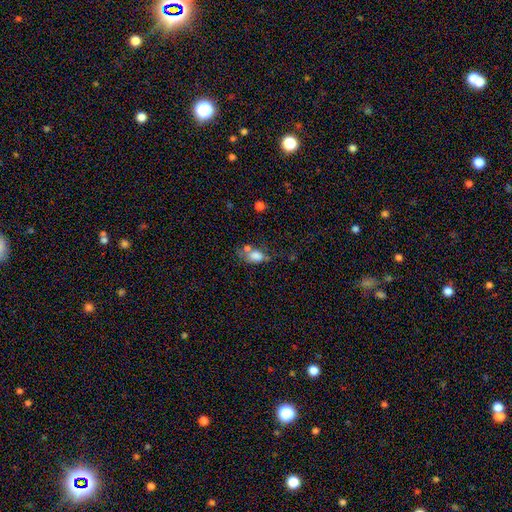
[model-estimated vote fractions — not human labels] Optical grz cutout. It shows a smooth galaxy with no disk features (72%) that is in between round and cigar-shaped (81%). Merging: merger (32%).